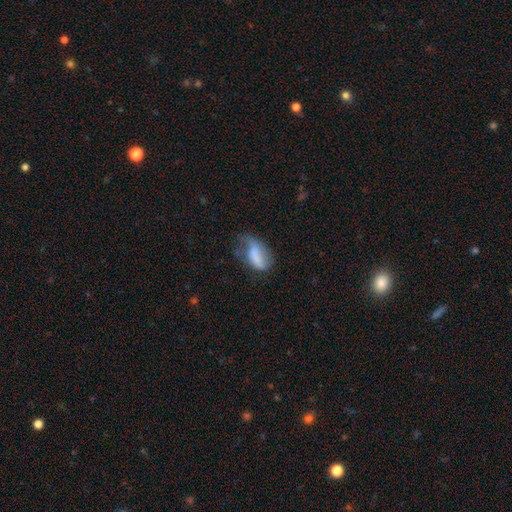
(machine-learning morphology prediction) Smooth or featured: smooth — 59% (featured or disk — 32%)
How rounded: in between — 88% (cigar-shaped — 7%)
Merging: minor disturbance — 33% (major disturbance — 32%)